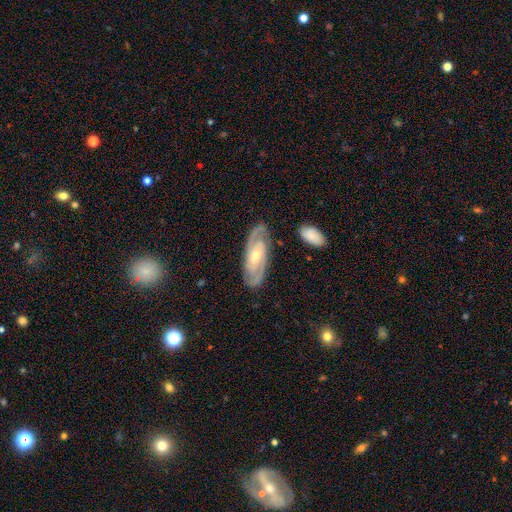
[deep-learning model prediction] smooth_or_featured: featured or disk (p=0.86) [alt: smooth p=0.09]
disk_edge_on: no (p=0.94) [alt: yes p=0.06]
bar: no (p=0.49) [alt: weak p=0.36]
has_spiral_arms: yes (p=0.97) [alt: no p=0.03]
spiral_winding: tight (p=0.60) [alt: medium p=0.34]
spiral_arm_count: 2 (p=0.84) [alt: can't tell p=0.07]
bulge_size: moderate (p=0.48) [alt: small p=0.46]
merging: none (p=0.84) [alt: minor disturbance p=0.11]